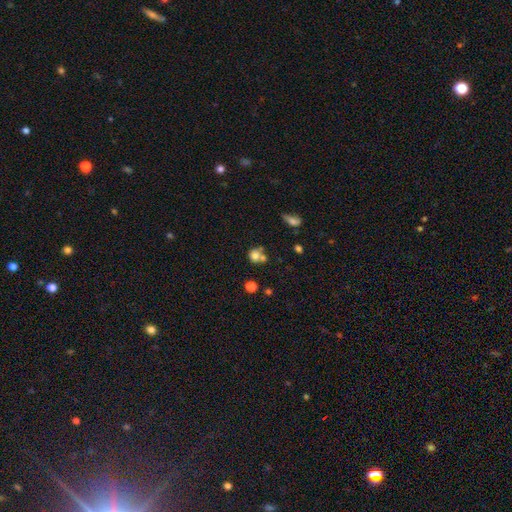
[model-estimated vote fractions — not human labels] smooth 75%, star or artifact 13%, featured or disk 13%. Down the decision tree: how rounded — round (77%); merging — merger (41%, tied with none).